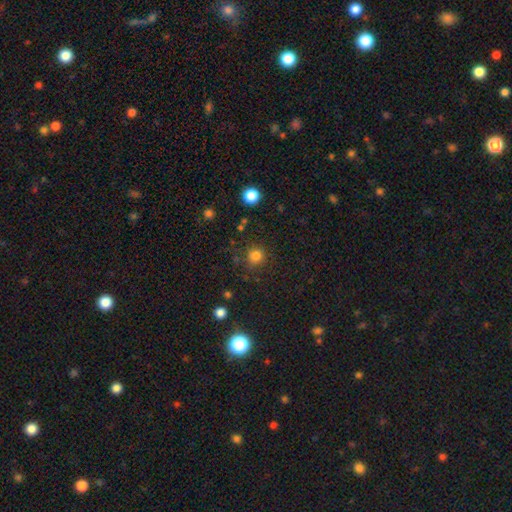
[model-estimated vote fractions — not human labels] Smooth or featured? smooth (80%)
How rounded? round (91%)
Merging? none (84%)